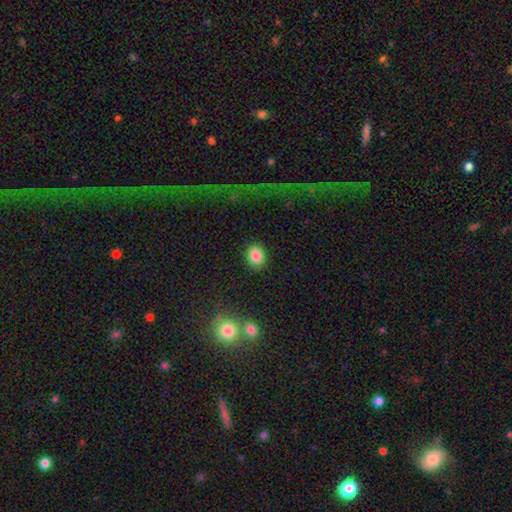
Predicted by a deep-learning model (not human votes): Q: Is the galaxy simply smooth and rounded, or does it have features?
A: smooth — 85%.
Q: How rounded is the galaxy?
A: round — 55%.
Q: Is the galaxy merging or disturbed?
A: none — 87%.